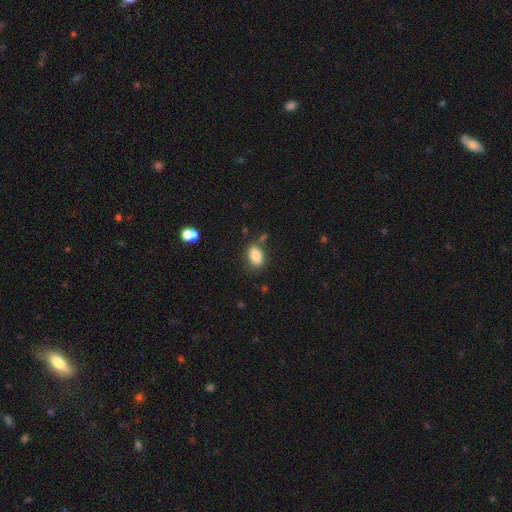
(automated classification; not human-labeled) Smooth or featured?
  - smooth: 83% *
  - featured or disk: 9%
  - star or artifact: 9%
How rounded?
  - in between: 88% *
  - round: 10%
  - cigar-shaped: 2%
Merging?
  - none: 75% *
  - minor disturbance: 14%
  - merger: 7%
  - major disturbance: 4%